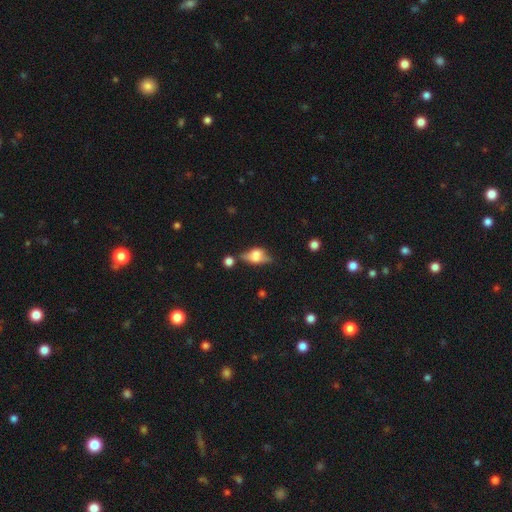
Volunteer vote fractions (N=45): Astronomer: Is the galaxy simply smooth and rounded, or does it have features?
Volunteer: featured or disk — 51% (runner-up: smooth, 44%).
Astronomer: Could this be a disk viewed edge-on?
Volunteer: yes — 83%.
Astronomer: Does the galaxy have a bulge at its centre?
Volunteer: rounded — 74%.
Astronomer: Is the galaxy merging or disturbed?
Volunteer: none — 49% (runner-up: minor disturbance, 28%).